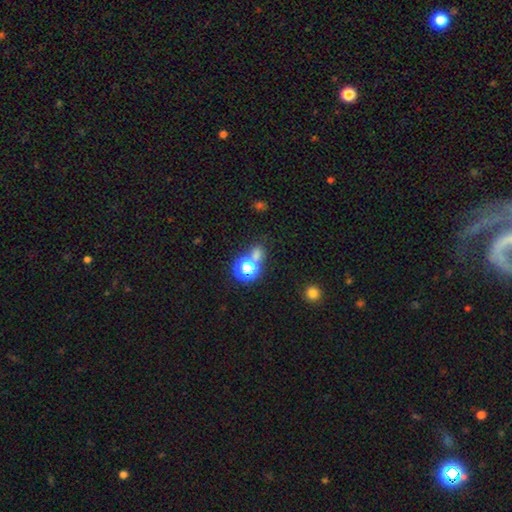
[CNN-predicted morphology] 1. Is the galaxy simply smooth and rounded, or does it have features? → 61% smooth, 32% star or artifact, 7% featured or disk.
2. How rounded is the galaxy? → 75% round, 24% in between, 1% cigar-shaped.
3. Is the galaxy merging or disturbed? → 58% none, 28% merger, 9% minor disturbance, 5% major disturbance.